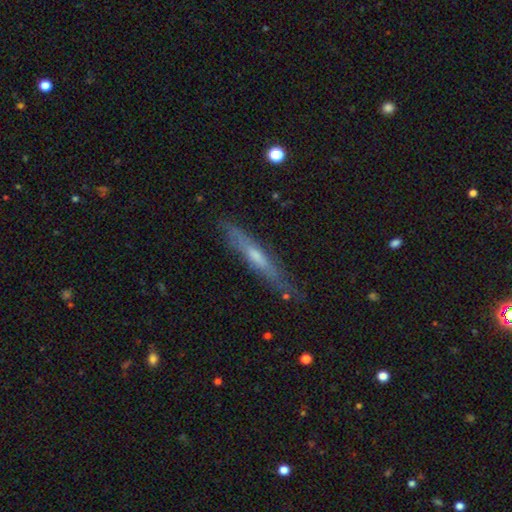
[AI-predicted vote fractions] Morphology: type=featured or disk (61%); edge-on=yes (90%); edge-on bulge=rounded (65%); merging=none (83%).